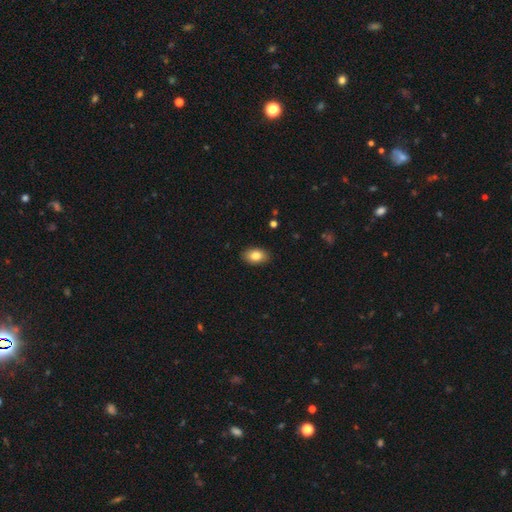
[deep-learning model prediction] The model was most divided on "smooth or featured": smooth: 83%, featured or disk: 9%, star or artifact: 8%. More confident: merging — none (89%); how rounded — in between (89%).